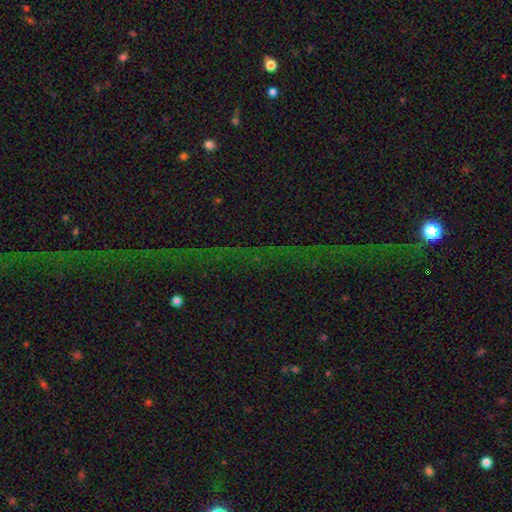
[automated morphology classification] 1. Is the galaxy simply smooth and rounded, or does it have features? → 78% star or artifact, 13% featured or disk, 9% smooth.